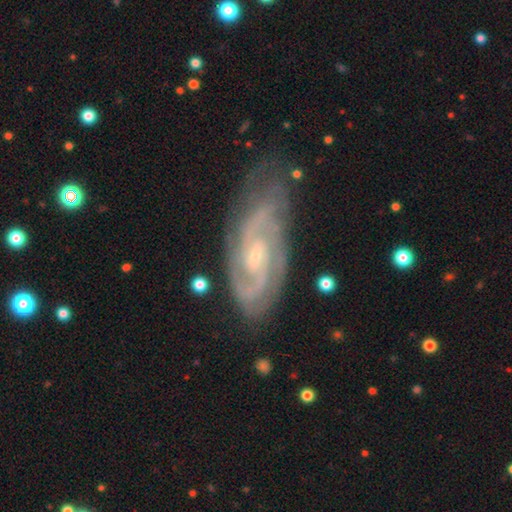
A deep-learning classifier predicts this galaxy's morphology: Q: Smooth or featured?
A: featured or disk (90%); runner-up: smooth (5%)
Q: Edge-on disk?
A: no (95%); runner-up: yes (5%)
Q: Bar?
A: no (47%); runner-up: weak (42%)
Q: Spiral arms?
A: yes (98%); runner-up: no (2%)
Q: Spiral winding?
A: tight (55%); runner-up: medium (38%)
Q: Spiral arm count?
A: 2 (69%); runner-up: 3 (13%)
Q: Bulge size?
A: small (68%); runner-up: moderate (27%)
Q: Merging?
A: none (72%); runner-up: minor disturbance (21%)